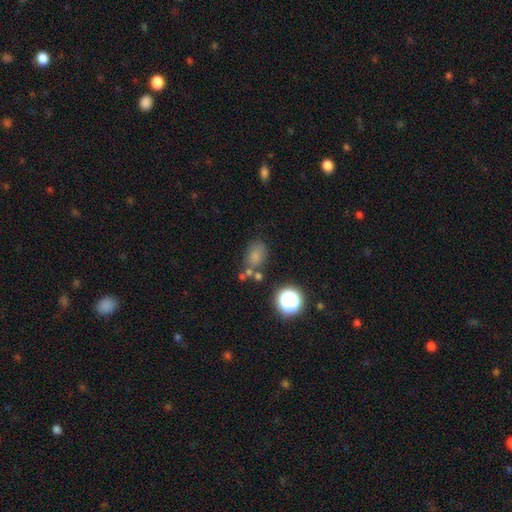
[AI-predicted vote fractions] A smooth galaxy with no disk features (72%) that is in between round and cigar-shaped (69%). Merging: none (57%).